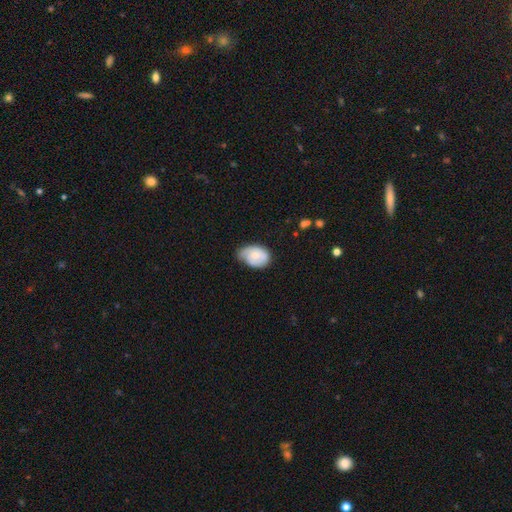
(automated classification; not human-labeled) Smooth or featured? Predicted: smooth (p=0.55). How rounded? Predicted: in between (p=0.78). Merging? Predicted: none (p=0.45).